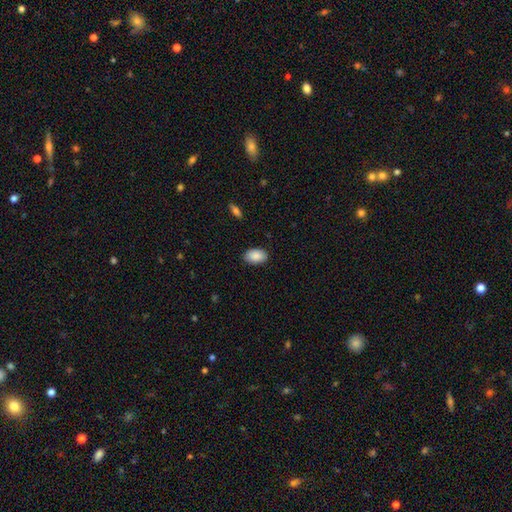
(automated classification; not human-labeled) smooth 89%, star or artifact 6%, featured or disk 5%. Down the decision tree: how rounded — in between (91%); merging — none (86%).